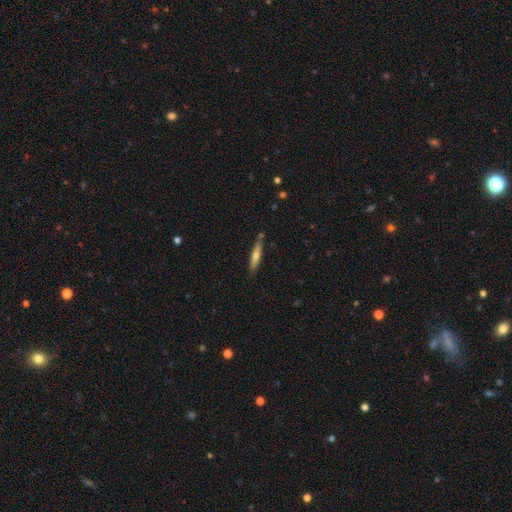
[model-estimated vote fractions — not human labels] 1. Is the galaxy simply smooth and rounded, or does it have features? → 53% smooth, 40% featured or disk, 6% star or artifact.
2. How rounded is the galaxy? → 90% cigar-shaped, 8% in between, 1% round.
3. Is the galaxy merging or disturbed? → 82% none, 12% minor disturbance, 3% merger, 2% major disturbance.